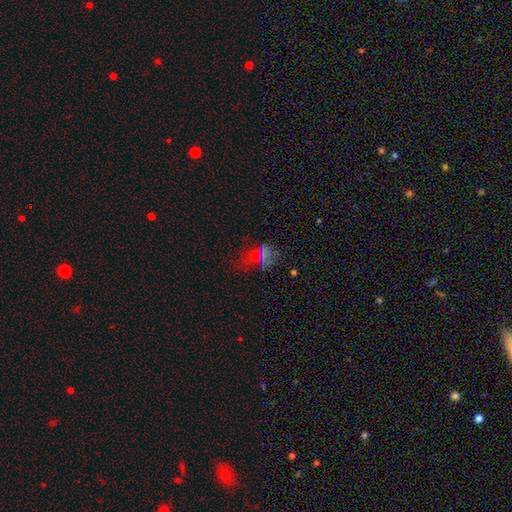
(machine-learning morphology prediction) Q: Smooth or featured?
A: smooth (46%); runner-up: star or artifact (28%)
Q: Merging?
A: major disturbance (40%); runner-up: none (34%)